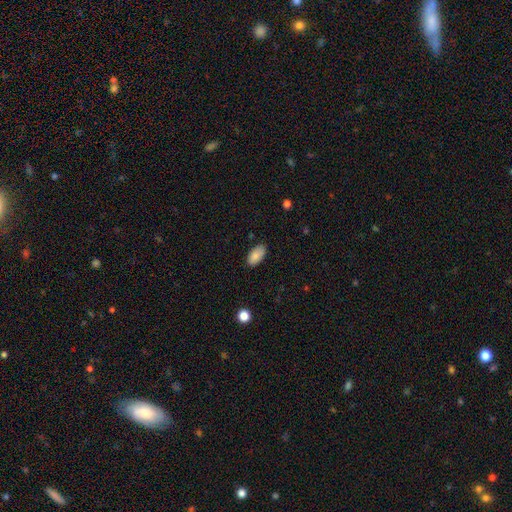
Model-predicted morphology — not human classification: Overall: smooth (86%). How rounded: in between (94%). Merging: none (84%).